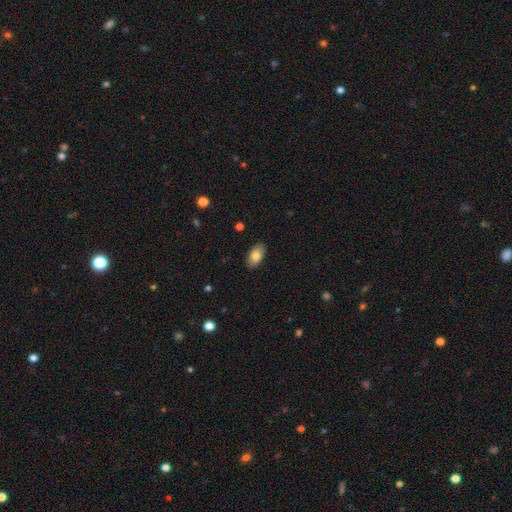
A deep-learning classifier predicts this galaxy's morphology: A smooth galaxy with no disk features (80%) that is in between round and cigar-shaped (94%). Merging: none (88%).